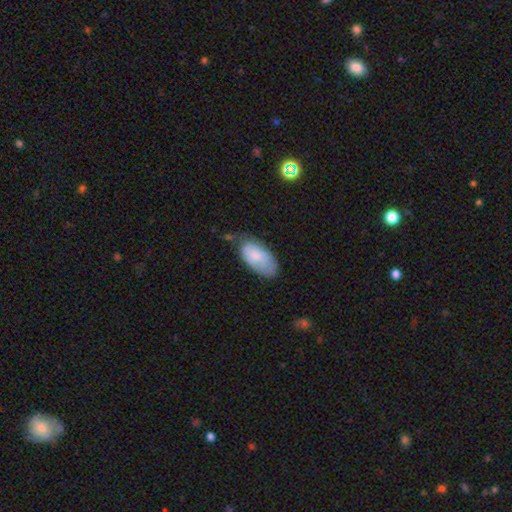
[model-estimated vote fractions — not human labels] A smooth galaxy with no disk features (75%) that is in between round and cigar-shaped (94%).

Vote fractions:
- Smooth or featured? smooth: 75% / featured or disk: 19% / star or artifact: 6%
- How rounded? in between: 94% / cigar-shaped: 4% / round: 2%
- Merging? none: 57% / minor disturbance: 31% / major disturbance: 9% / merger: 3%